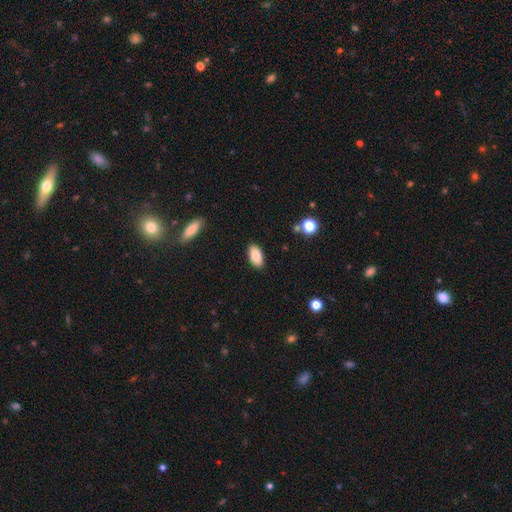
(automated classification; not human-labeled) Morphology: type=smooth (84%); roundness=in between (92%); merging=none (89%).